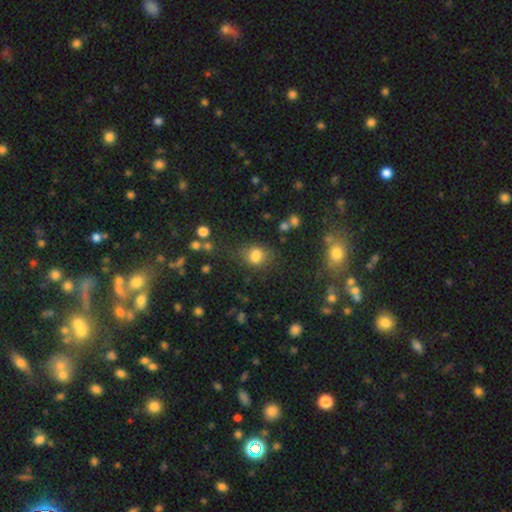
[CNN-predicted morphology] This is likely a smooth galaxy (73%). How rounded: possibly in between (50%). Merging: possibly none (57%).